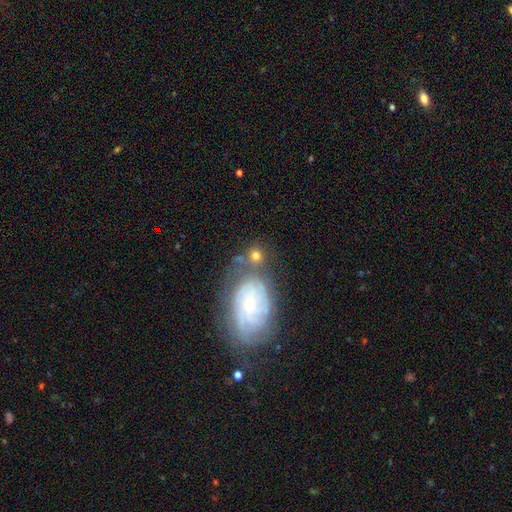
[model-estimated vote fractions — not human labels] The model was most divided on "smooth or featured": smooth: 52%, featured or disk: 36%, star or artifact: 12%. More confident: how rounded — round (72%); merging — none (57%).